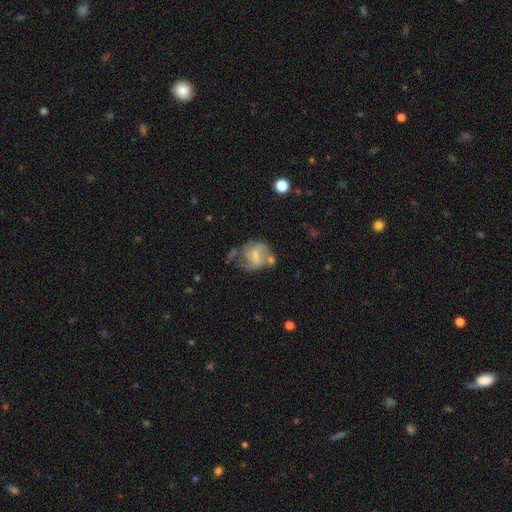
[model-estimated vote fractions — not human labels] This is likely a featured or disk galaxy (64%). It is clearly not viewed edge-on (98%). Bar: possibly weak (53%). Spiral arm pattern: clearly yes (82%). Spiral arm count: possibly 2 (56%). Spiral winding: possibly medium (47%). Central bulge: possibly small (56%). Merging: marginally none (42%).